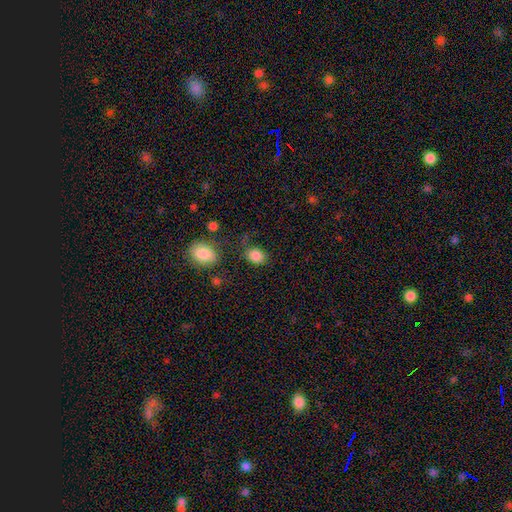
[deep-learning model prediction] smooth 85%, star or artifact 10%, featured or disk 4%. Down the decision tree: how rounded — in between (54%); merging — none (71%).